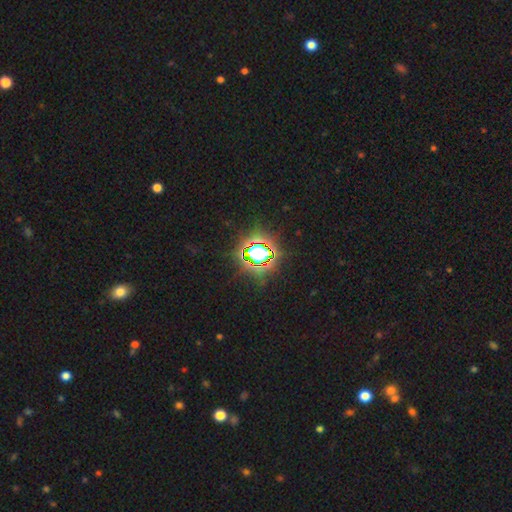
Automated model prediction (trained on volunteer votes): Smooth or featured? Predicted: star or artifact (p=0.73).